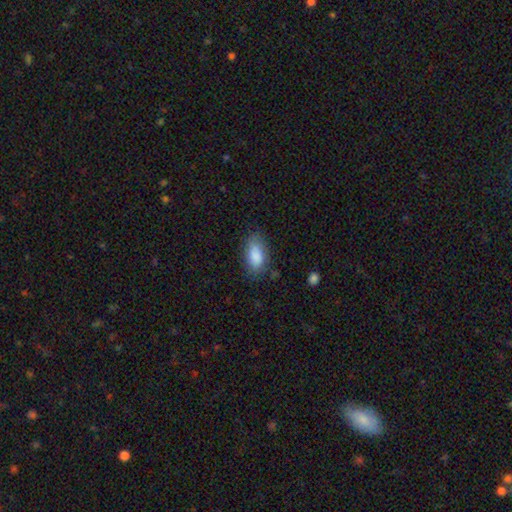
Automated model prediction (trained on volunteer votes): Overall: smooth (87%). How rounded: in between (91%). Merging: none (74%).